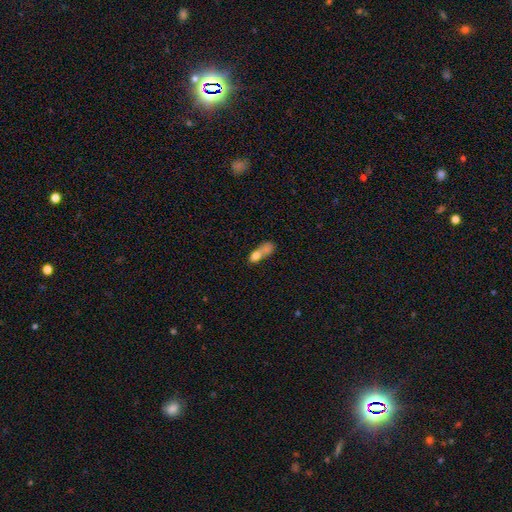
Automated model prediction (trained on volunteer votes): This is likely a smooth galaxy (68%). How rounded: possibly in between (60%). Merging: possibly merger (59%).